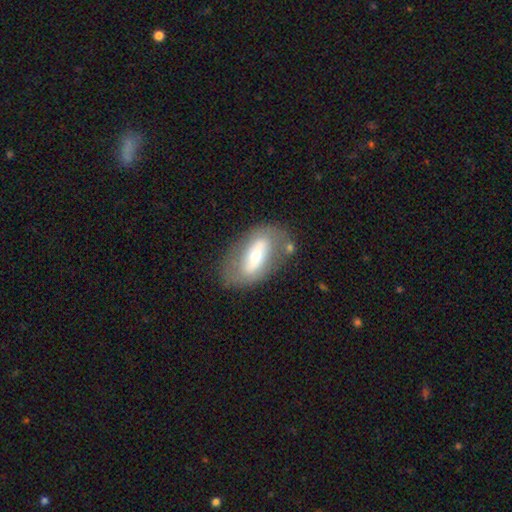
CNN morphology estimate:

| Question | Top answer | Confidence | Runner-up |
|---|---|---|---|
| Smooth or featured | featured or disk | 61% | smooth (32%) |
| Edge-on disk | no | 86% | yes (14%) |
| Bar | strong | 48% | weak (27%) |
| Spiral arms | no | 56% | yes (44%) |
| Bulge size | moderate | 54% | small (37%) |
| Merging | none | 71% | minor disturbance (17%) |